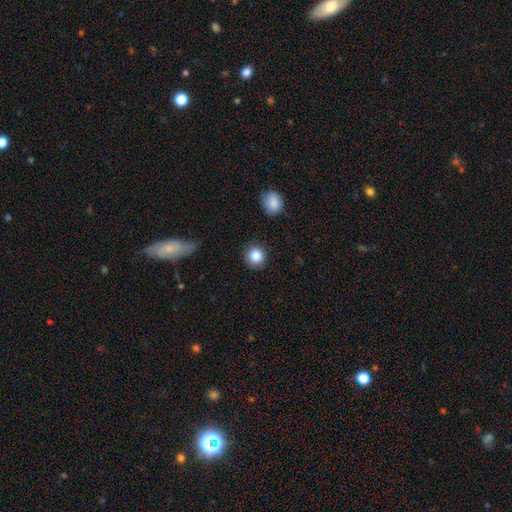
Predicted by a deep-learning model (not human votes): Smooth or featured? smooth (85%)
How rounded? round (89%)
Merging? none (89%)